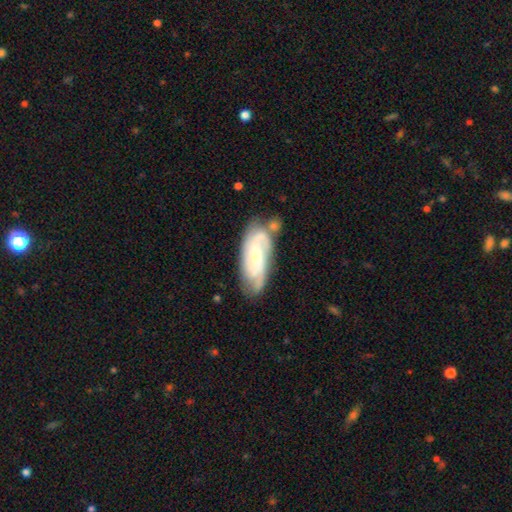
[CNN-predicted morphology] Smooth or featured? Predicted: featured or disk (p=0.72). Edge-on disk? Predicted: no (p=0.92). Bar? Predicted: no (p=0.52). Spiral arms? Predicted: yes (p=0.93). Spiral winding? Predicted: tight (p=0.44). Spiral arm count? Predicted: 2 (p=0.43). Bulge size? Predicted: small (p=0.57). Merging? Predicted: none (p=0.60).